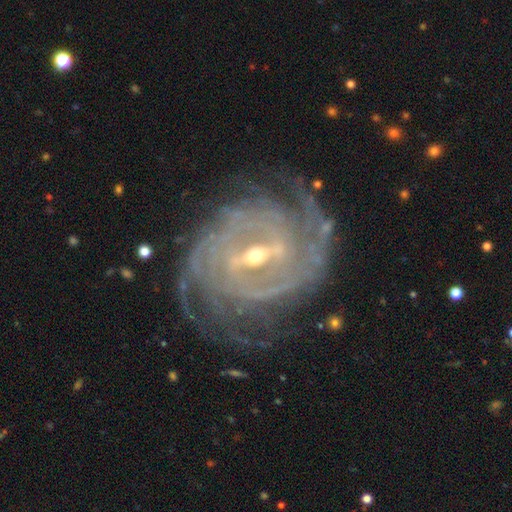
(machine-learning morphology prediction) This appears to be a featured or disk galaxy (91%) with a strong bar (56%), 4 (23%) tight (73%) spiral arms (98%) and a small central bulge (57%). Merging: none (76%).